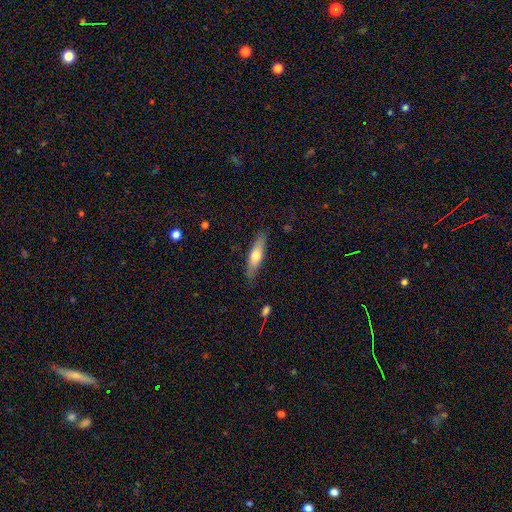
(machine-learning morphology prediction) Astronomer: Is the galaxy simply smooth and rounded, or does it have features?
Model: smooth — 62%.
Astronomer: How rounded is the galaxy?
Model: cigar-shaped — 67%.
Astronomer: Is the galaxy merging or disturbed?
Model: none — 82%.